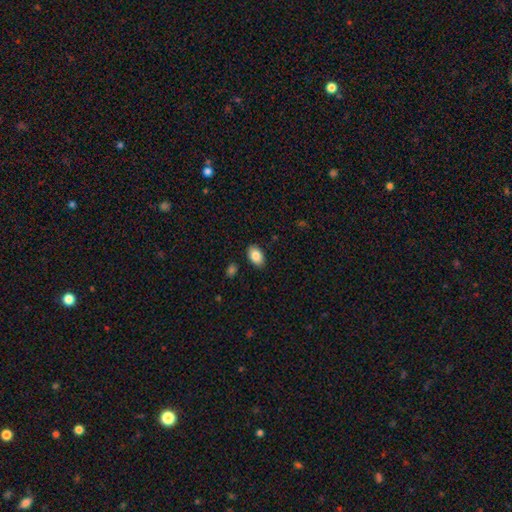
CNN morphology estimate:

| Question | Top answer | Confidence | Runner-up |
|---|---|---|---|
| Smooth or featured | smooth | 85% | featured or disk (7%) |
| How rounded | in between | 91% | round (7%) |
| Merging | none | 86% | minor disturbance (10%) |